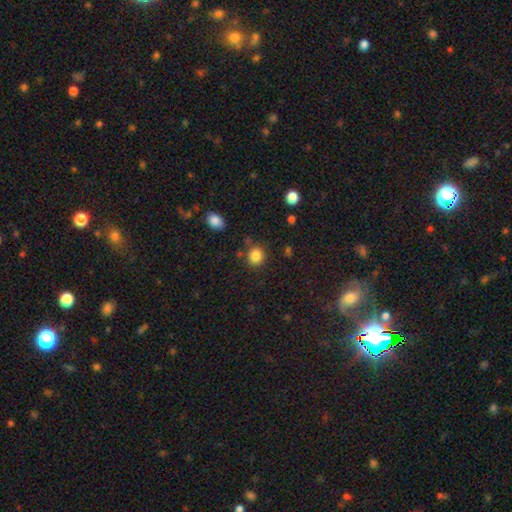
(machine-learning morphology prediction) smooth-or-featured: smooth: 85% | star or artifact: 10% | featured or disk: 4%
  how-rounded: round: 81% | in between: 18% | cigar-shaped: 1%
  merging: none: 84% | minor disturbance: 9% | merger: 4% | major disturbance: 3%